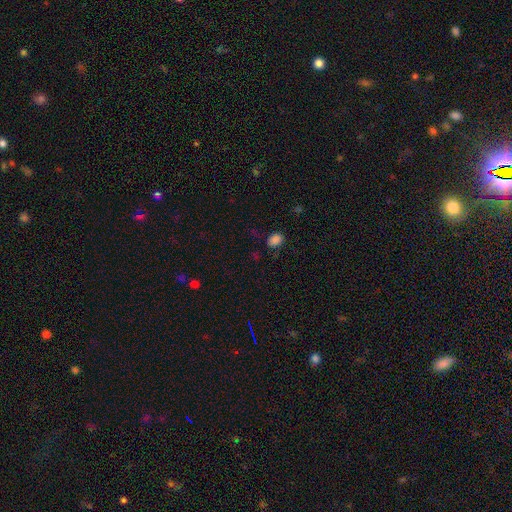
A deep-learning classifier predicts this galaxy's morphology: Q: Smooth or featured?
A: smooth (68%); runner-up: star or artifact (27%)
Q: How rounded?
A: in between (59%); runner-up: round (39%)
Q: Merging?
A: none (78%); runner-up: minor disturbance (14%)